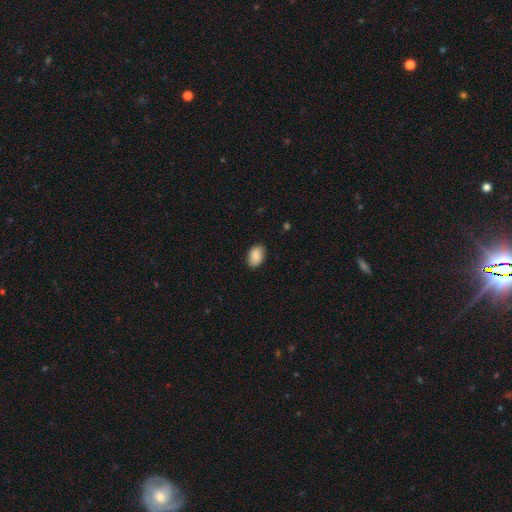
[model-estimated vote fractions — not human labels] Overall: smooth (89%). How rounded: in between (89%). Merging: none (85%).